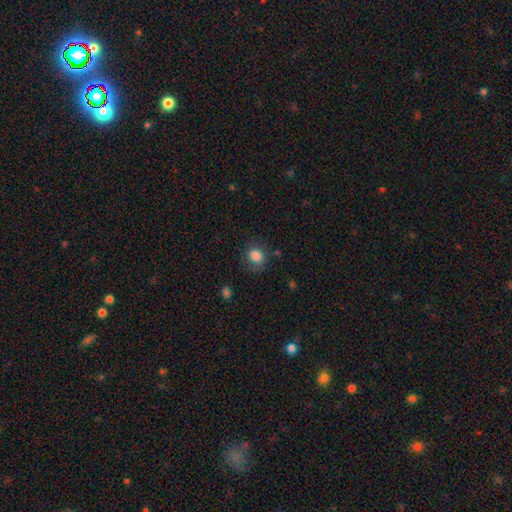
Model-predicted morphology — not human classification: Smooth or featured: smooth — 84% (star or artifact — 10%)
How rounded: round — 61% (in between — 38%)
Merging: none — 68% (minor disturbance — 21%)